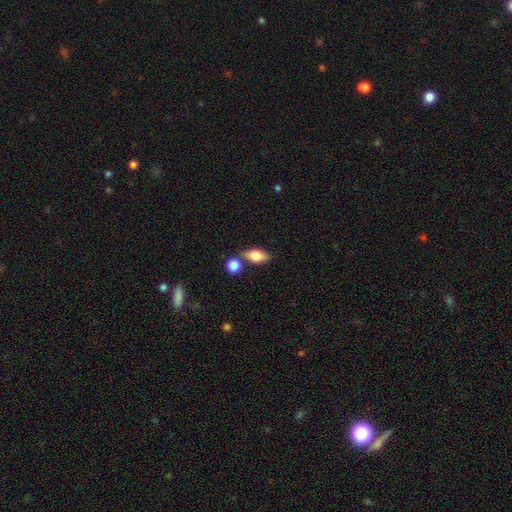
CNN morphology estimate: Overall: smooth (71%). How rounded: in between (80%). Merging: none (67%).